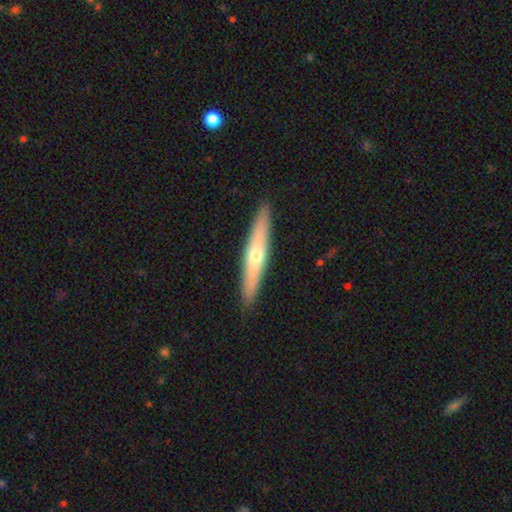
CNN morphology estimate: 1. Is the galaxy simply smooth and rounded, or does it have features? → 53% featured or disk, 41% smooth, 6% star or artifact.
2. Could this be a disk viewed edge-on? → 90% yes, 10% no.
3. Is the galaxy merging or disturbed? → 92% none, 6% minor disturbance, 1% major disturbance, 1% merger.